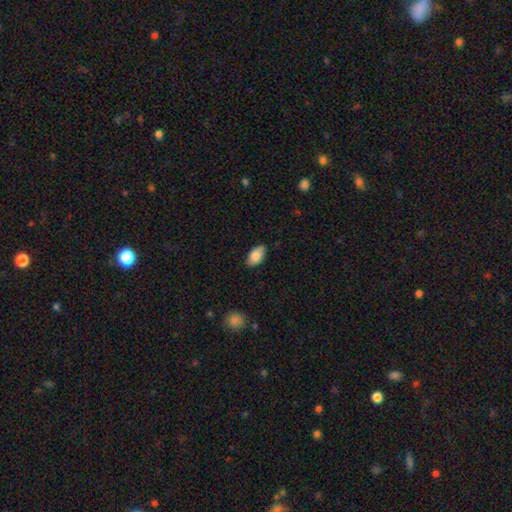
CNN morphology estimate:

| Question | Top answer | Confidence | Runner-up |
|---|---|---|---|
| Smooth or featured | smooth | 85% | featured or disk (9%) |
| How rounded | in between | 94% | round (4%) |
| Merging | none | 83% | minor disturbance (14%) |